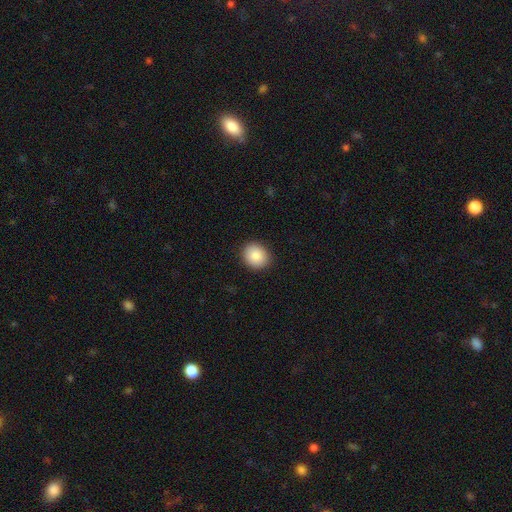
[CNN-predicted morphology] Smooth or featured?
  - smooth: 87% *
  - star or artifact: 8%
  - featured or disk: 5%
How rounded?
  - round: 72% *
  - in between: 27%
  - cigar-shaped: 1%
Merging?
  - none: 90% *
  - minor disturbance: 7%
  - major disturbance: 2%
  - merger: 1%